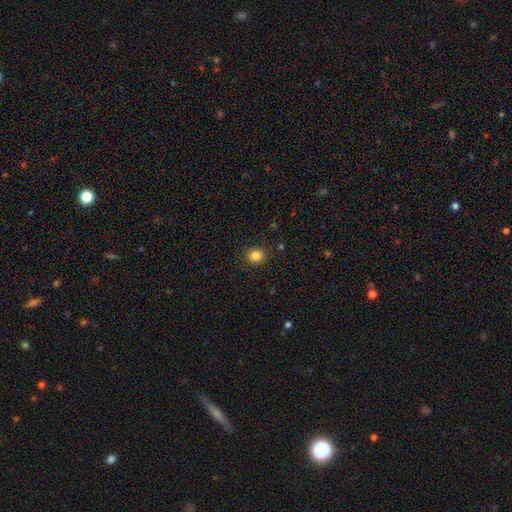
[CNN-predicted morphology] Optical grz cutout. It shows a smooth galaxy with no disk features (84%) that is round (86%). Merging: none (90%).